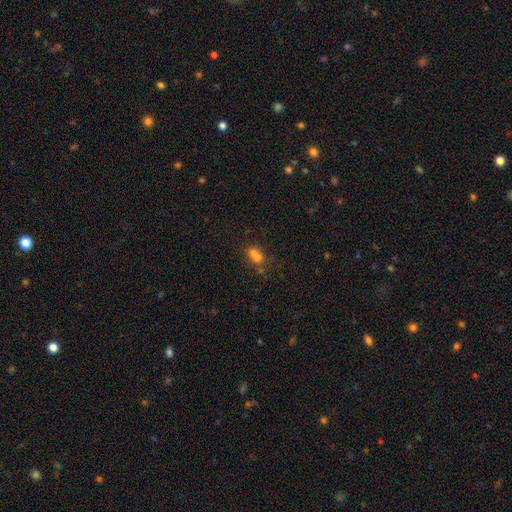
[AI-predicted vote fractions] This is likely a smooth galaxy (65%). How rounded: possibly in between (56%). Merging: marginally merger (45%).